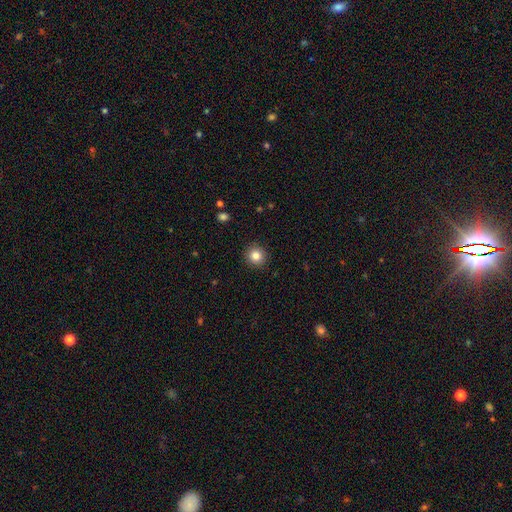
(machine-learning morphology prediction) smooth_or_featured: smooth (p=0.83) [alt: star or artifact p=0.10]
how_rounded: round (p=0.93) [alt: in between p=0.06]
merging: none (p=0.91) [alt: minor disturbance p=0.06]